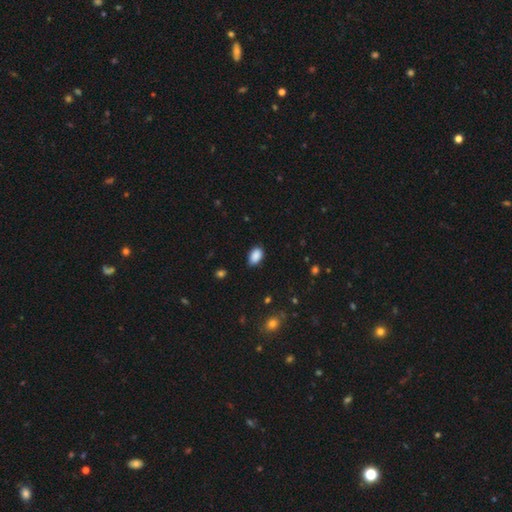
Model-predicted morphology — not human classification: smooth-or-featured: smooth: 89% | star or artifact: 7% | featured or disk: 4%
  how-rounded: in between: 90% | round: 8% | cigar-shaped: 1%
  merging: none: 81% | minor disturbance: 16% | major disturbance: 3% | merger: 1%